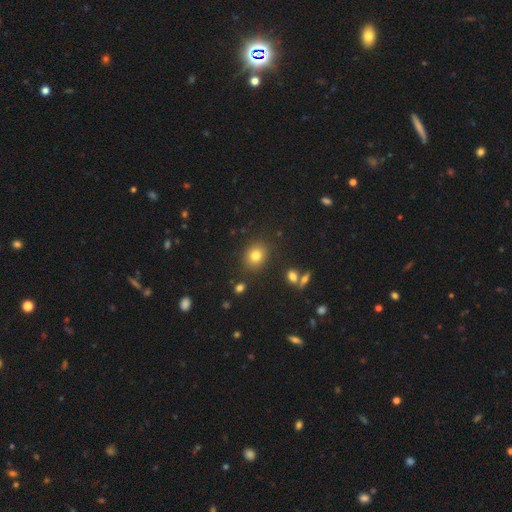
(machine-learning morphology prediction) Smooth or featured? Predicted: smooth (p=0.80). How rounded? Predicted: round (p=0.67). Merging? Predicted: none (p=0.85).